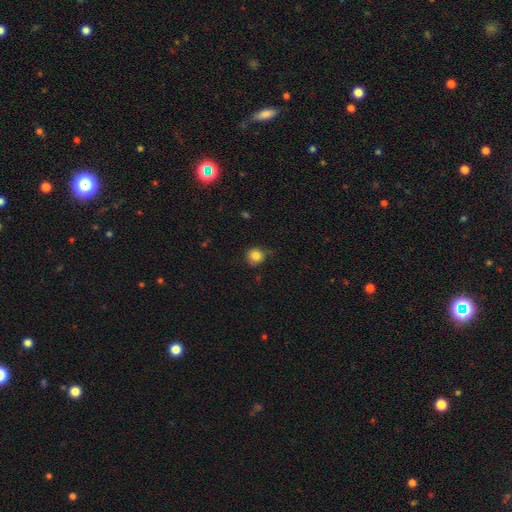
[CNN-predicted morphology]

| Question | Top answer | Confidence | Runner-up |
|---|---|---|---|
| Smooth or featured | smooth | 84% | star or artifact (10%) |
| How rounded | round | 88% | in between (11%) |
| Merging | none | 68% | minor disturbance (25%) |